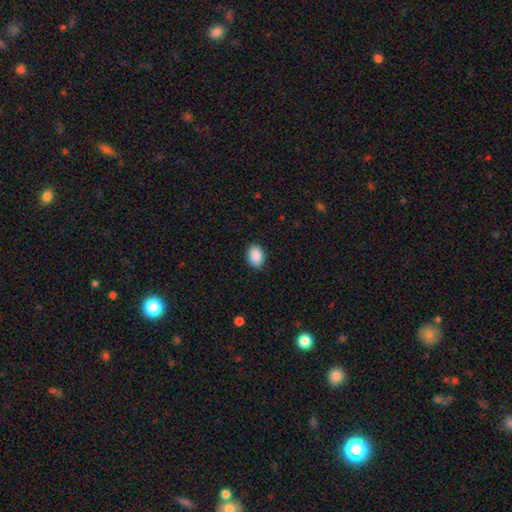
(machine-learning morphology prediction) Smooth or featured: smooth — 90% (star or artifact — 7%)
How rounded: in between — 74% (round — 25%)
Merging: none — 88% (minor disturbance — 9%)